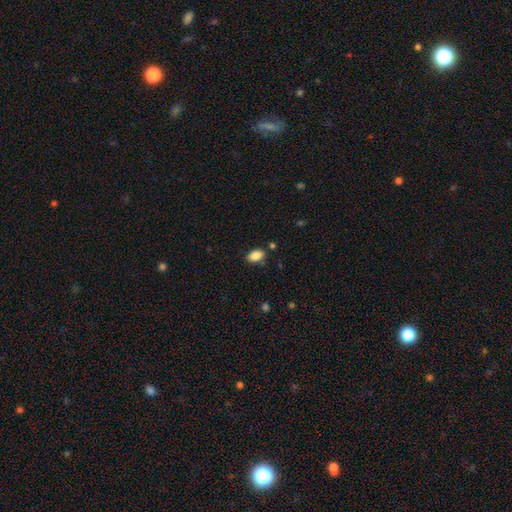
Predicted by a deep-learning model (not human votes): A smooth galaxy with no disk features (87%) that is in between round and cigar-shaped (90%).

Vote fractions:
- Smooth or featured? smooth: 87% / star or artifact: 8% / featured or disk: 5%
- How rounded? in between: 90% / round: 8% / cigar-shaped: 2%
- Merging? none: 82% / minor disturbance: 12% / merger: 3% / major disturbance: 3%